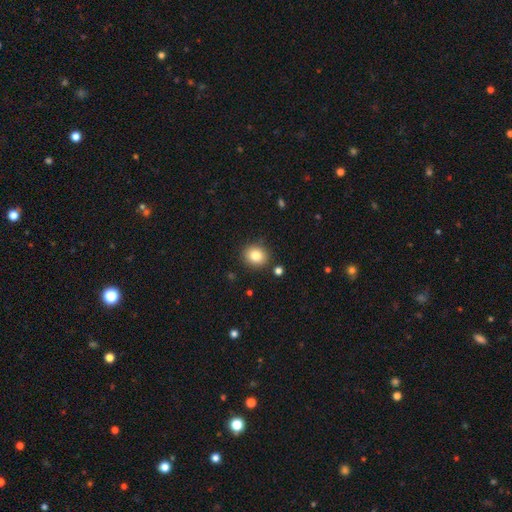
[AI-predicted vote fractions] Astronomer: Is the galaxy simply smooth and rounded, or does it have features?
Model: smooth — 82%.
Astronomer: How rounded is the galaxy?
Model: round — 77%.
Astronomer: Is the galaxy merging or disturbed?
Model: none — 88%.